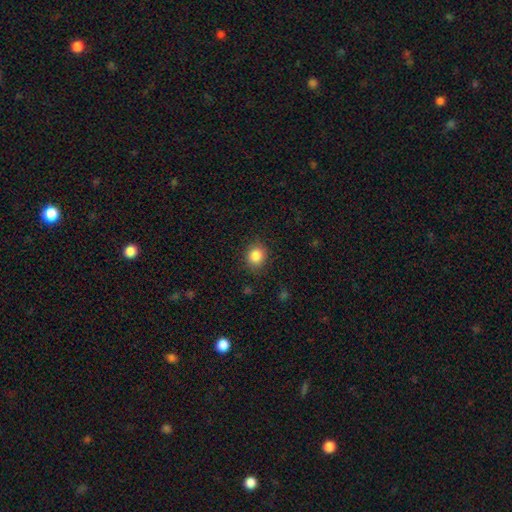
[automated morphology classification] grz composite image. It shows a smooth galaxy with no disk features (86%) that is round (77%). Merging: none (86%).